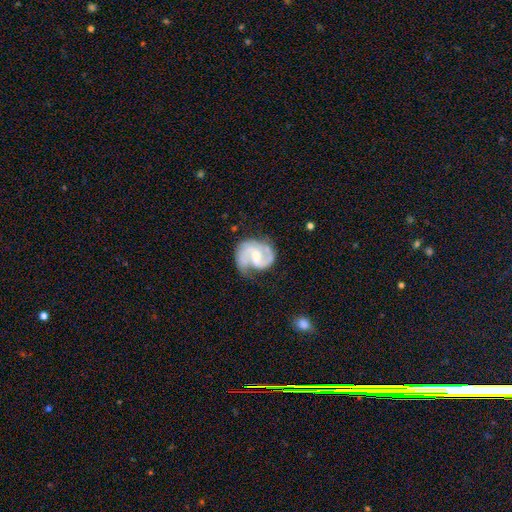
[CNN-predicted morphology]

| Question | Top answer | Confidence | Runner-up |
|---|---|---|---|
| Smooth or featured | featured or disk | 87% | smooth (8%) |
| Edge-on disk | no | 98% | yes (2%) |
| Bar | weak | 50% | no (36%) |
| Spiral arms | yes | 97% | no (3%) |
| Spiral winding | medium | 55% | tight (26%) |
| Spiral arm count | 2 | 82% | 1 (6%) |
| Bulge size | moderate | 46% | tied: small (46%) |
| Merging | none | 58% | minor disturbance (25%) |